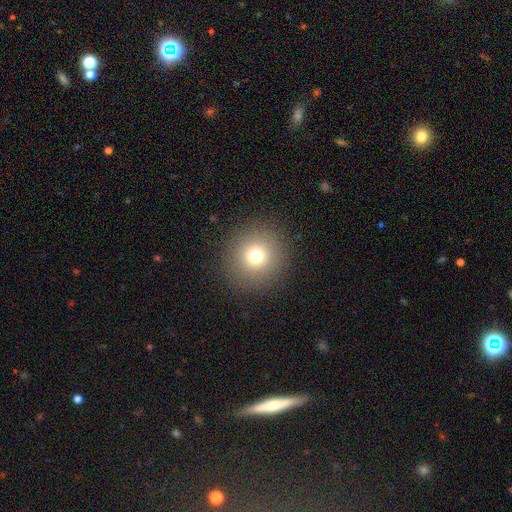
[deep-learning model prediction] smooth-or-featured: smooth: 75% | star or artifact: 15% | featured or disk: 11%
  how-rounded: round: 94% | in between: 5% | cigar-shaped: 1%
  merging: none: 90% | minor disturbance: 6% | major disturbance: 3% | merger: 1%